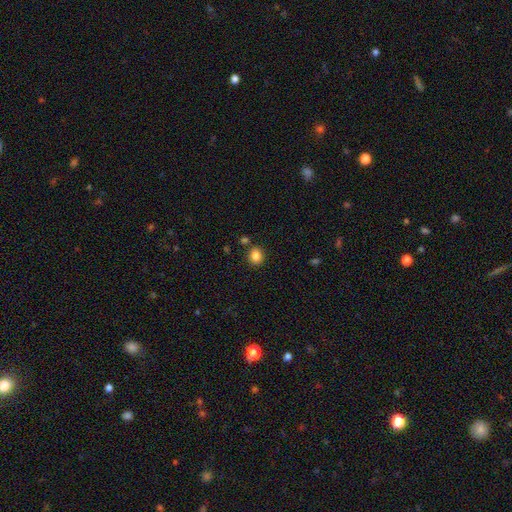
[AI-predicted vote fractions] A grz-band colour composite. It shows a smooth galaxy with no disk features (84%) that is round (71%). Merging: none (83%).